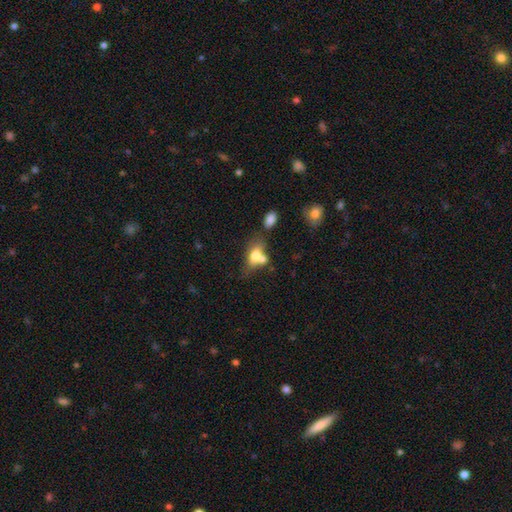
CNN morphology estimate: A smooth galaxy with no disk features (67%) that is in between round and cigar-shaped (77%).

Vote fractions:
- Smooth or featured? smooth: 67% / featured or disk: 23% / star or artifact: 9%
- How rounded? in between: 77% / round: 16% / cigar-shaped: 7%
- Merging? merger: 43% / none: 33% / minor disturbance: 15% / major disturbance: 9%